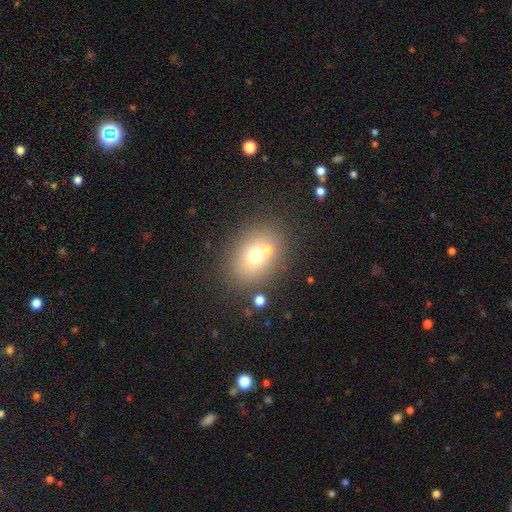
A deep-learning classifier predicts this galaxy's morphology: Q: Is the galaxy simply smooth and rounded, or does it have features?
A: smooth — 66%.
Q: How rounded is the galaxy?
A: in between — 51%.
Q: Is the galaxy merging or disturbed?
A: none — 62%.